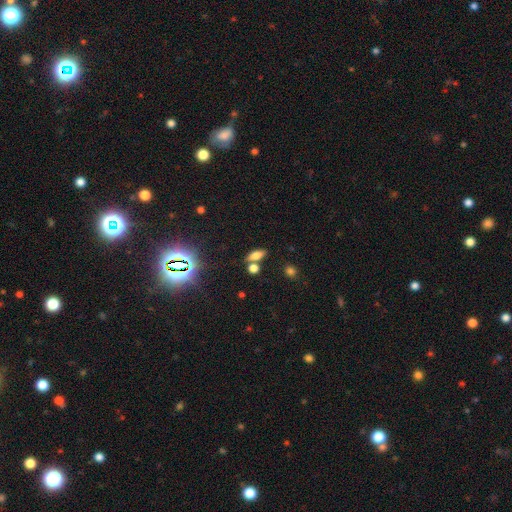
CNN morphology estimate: smooth-or-featured: smooth: 67% | star or artifact: 19% | featured or disk: 14%
  how-rounded: in between: 73% | cigar-shaped: 19% | round: 8%
  merging: none: 61% | merger: 23% | minor disturbance: 11% | major disturbance: 4%